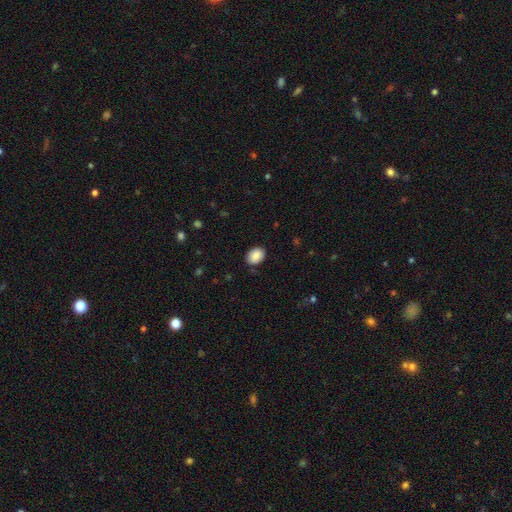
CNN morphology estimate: Overall: smooth (86%). How rounded: in between (71%). Merging: none (86%).